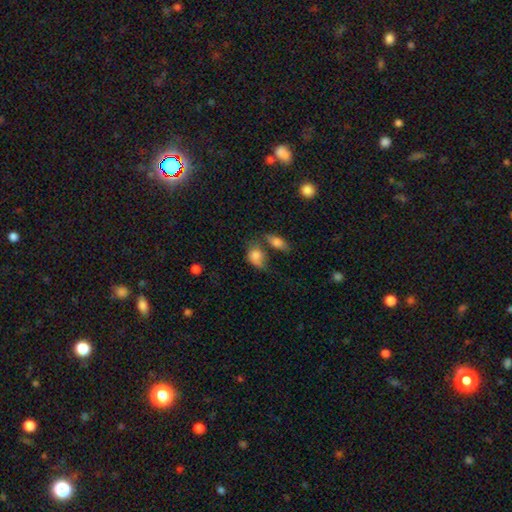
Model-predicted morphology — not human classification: A smooth galaxy with no disk features (78%) that is in between round and cigar-shaped (67%).

Vote fractions:
- Smooth or featured? smooth: 78% / featured or disk: 13% / star or artifact: 9%
- How rounded? in between: 67% / round: 31% / cigar-shaped: 2%
- Merging? none: 28% / merger: 27% / minor disturbance: 25% / major disturbance: 20%